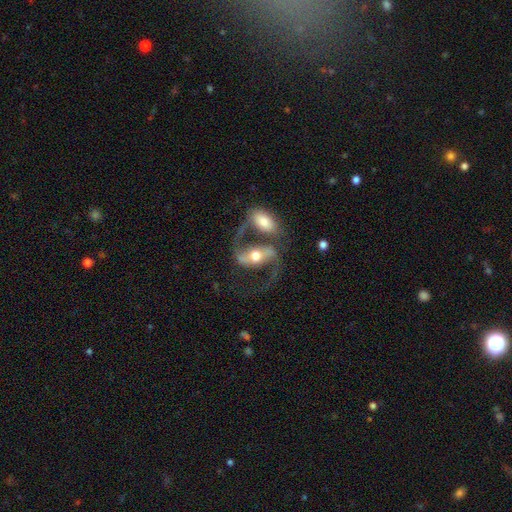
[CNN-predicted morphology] The model was most divided on "merging": none: 43%, merger: 33%, major disturbance: 13%, minor disturbance: 11%. Remaining: edge-on disk — no (94%); spiral arms — yes (93%); spiral arm count — 2 (91%); smooth or featured — featured or disk (83%); bulge size — moderate (67%); spiral winding — loose (62%); bar — strong (47%).